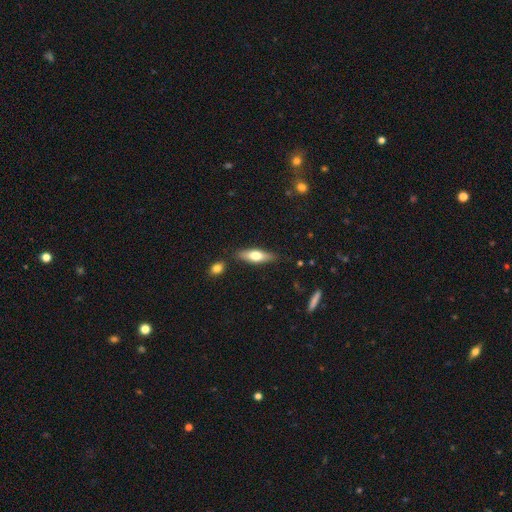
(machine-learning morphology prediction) Q: Smooth or featured?
A: smooth (60%); runner-up: featured or disk (34%)
Q: How rounded?
A: cigar-shaped (51%); runner-up: in between (46%)
Q: Merging?
A: none (84%); runner-up: minor disturbance (11%)